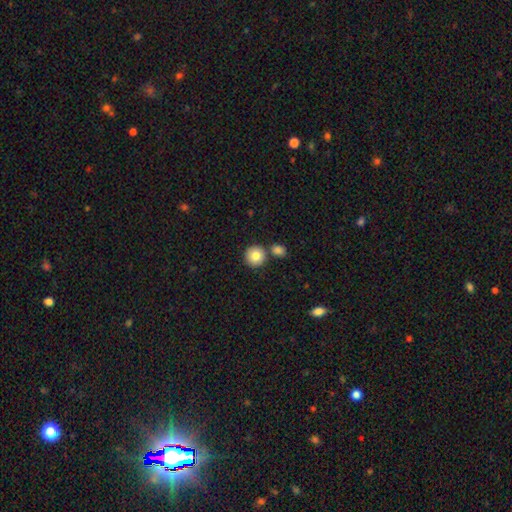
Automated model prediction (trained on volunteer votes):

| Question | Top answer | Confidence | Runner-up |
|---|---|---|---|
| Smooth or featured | smooth | 83% | featured or disk (9%) |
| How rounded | round | 93% | in between (6%) |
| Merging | none | 74% | merger (16%) |